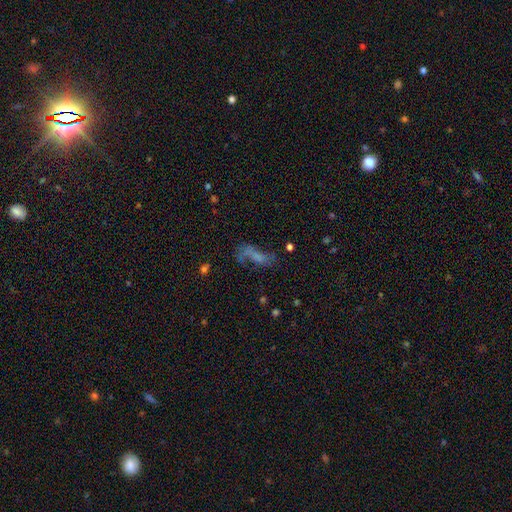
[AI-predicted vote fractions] smooth 42%, featured or disk 38%, star or artifact 20%. Down the decision tree: merging — none (37%).